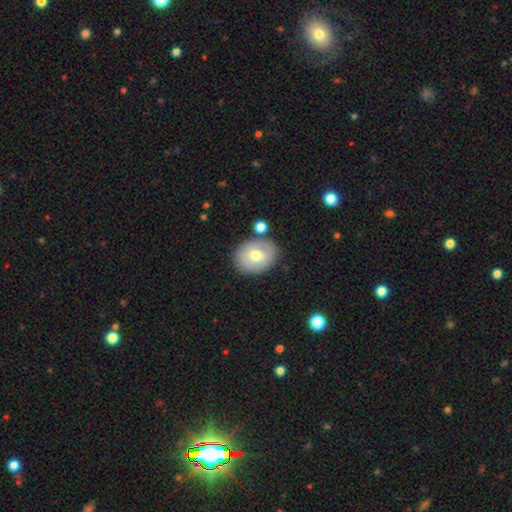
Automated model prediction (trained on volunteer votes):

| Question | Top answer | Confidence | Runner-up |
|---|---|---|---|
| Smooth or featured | smooth | 57% | featured or disk (35%) |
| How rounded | in between | 52% | round (47%) |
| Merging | none | 77% | minor disturbance (13%) |